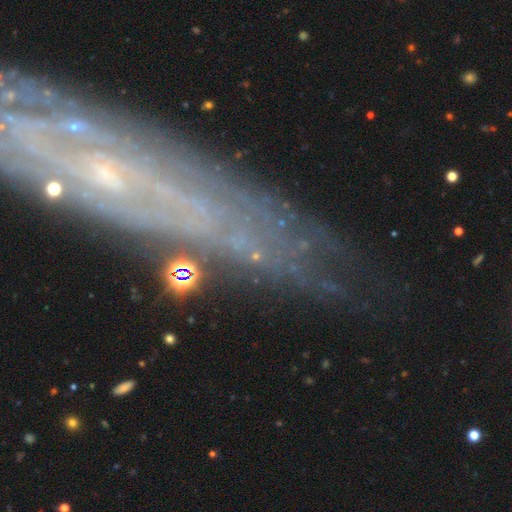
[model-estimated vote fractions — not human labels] A featured or disk galaxy (53%). Merging: none (70%).